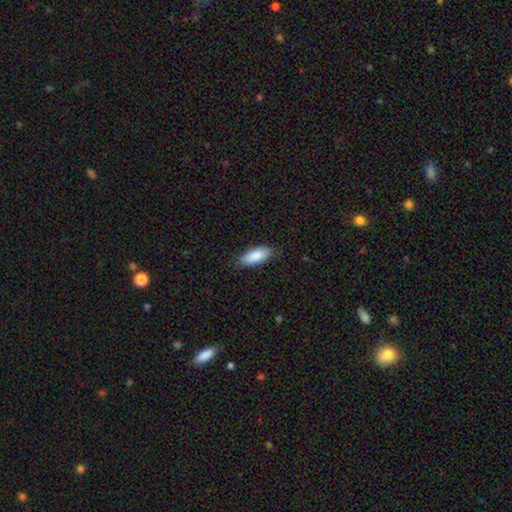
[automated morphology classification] Smooth or featured?
  - smooth: 87% *
  - featured or disk: 7%
  - star or artifact: 6%
How rounded?
  - in between: 78% *
  - cigar-shaped: 20%
  - round: 2%
Merging?
  - none: 83% *
  - minor disturbance: 13%
  - major disturbance: 2%
  - merger: 1%